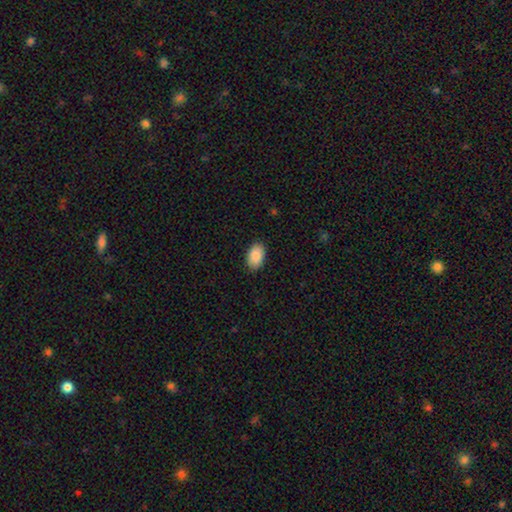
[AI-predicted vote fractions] This appears to be a smooth galaxy with no disk features (90%) that is in between round and cigar-shaped (93%). Merging: none (87%).